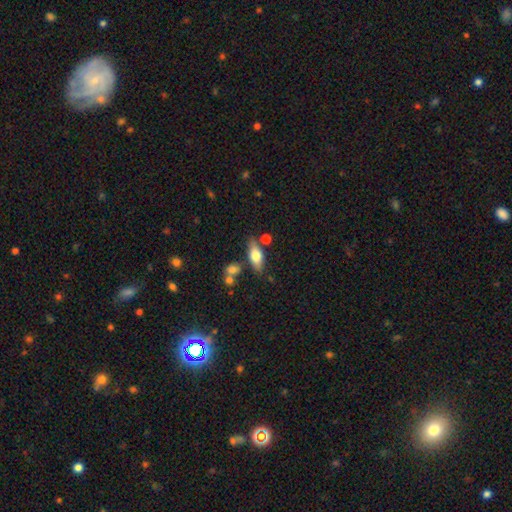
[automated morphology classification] Smooth or featured?
  - smooth: 62% *
  - featured or disk: 30%
  - star or artifact: 7%
How rounded?
  - in between: 72% *
  - cigar-shaped: 24%
  - round: 4%
Merging?
  - none: 71% *
  - minor disturbance: 14%
  - merger: 10%
  - major disturbance: 4%